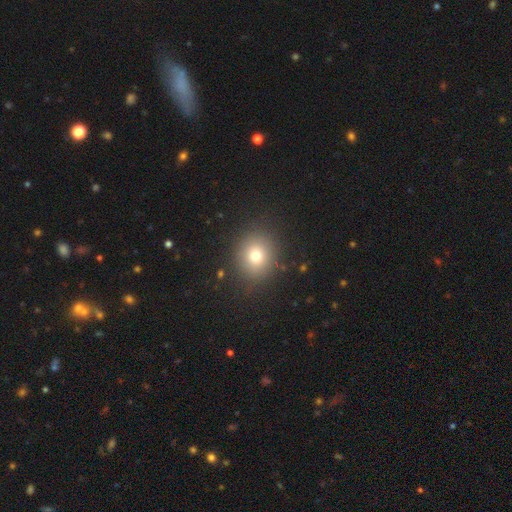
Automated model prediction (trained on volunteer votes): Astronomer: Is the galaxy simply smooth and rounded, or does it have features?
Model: smooth — 73%.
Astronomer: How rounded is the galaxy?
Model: round — 79%.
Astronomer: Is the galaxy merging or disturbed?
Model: none — 87%.